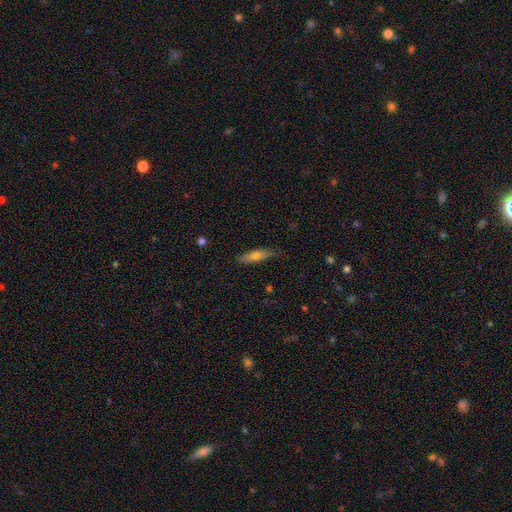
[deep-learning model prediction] Smooth or featured? smooth (54%)
How rounded? cigar-shaped (75%)
Merging? none (82%)